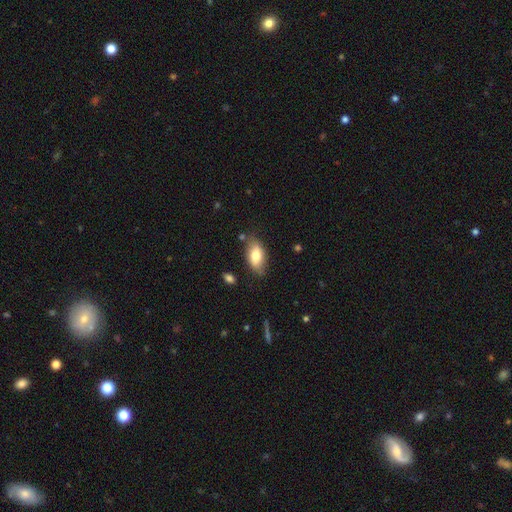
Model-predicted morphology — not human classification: smooth 76%, featured or disk 18%, star or artifact 7%. Down the decision tree: how rounded — in between (92%); merging — none (75%).